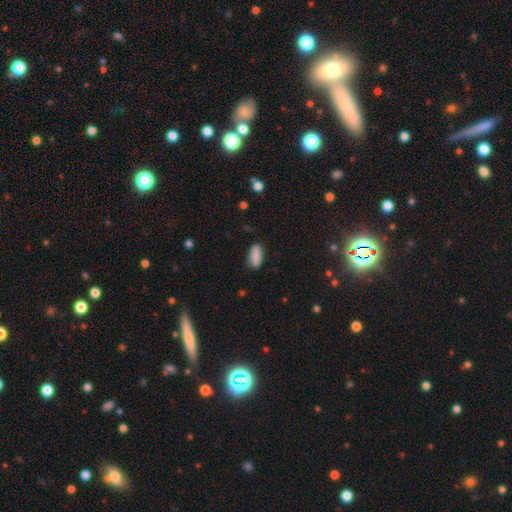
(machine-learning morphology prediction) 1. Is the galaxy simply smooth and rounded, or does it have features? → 89% smooth, 7% star or artifact, 5% featured or disk.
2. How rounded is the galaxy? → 79% in between, 19% cigar-shaped, 2% round.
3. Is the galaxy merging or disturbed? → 84% none, 12% minor disturbance, 3% major disturbance, 1% merger.